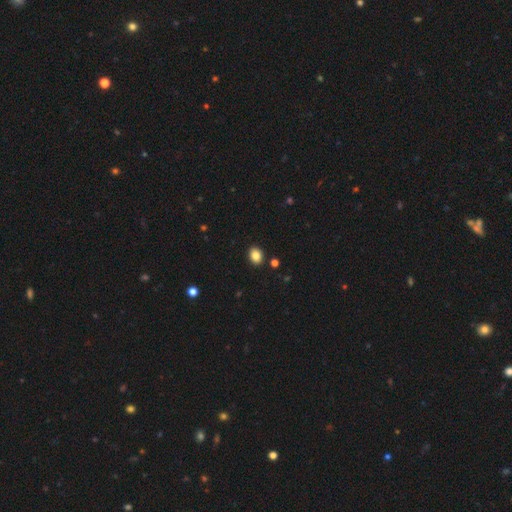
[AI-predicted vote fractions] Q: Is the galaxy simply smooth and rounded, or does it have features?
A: smooth — 85%.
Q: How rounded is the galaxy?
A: in between — 57%.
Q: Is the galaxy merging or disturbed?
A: none — 90%.